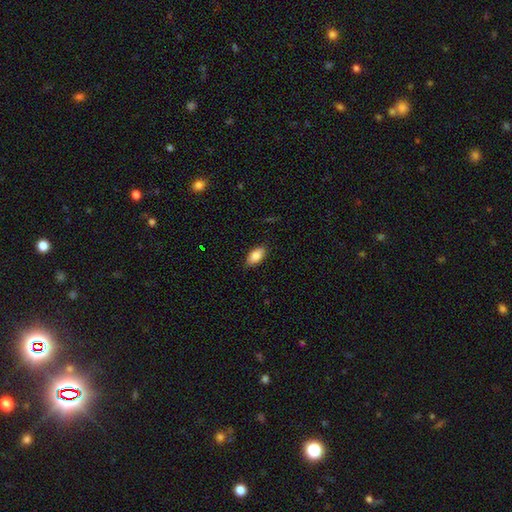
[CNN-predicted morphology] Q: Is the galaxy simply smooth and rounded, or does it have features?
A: smooth — 86%.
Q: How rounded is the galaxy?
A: in between — 92%.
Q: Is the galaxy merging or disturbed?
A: none — 85%.